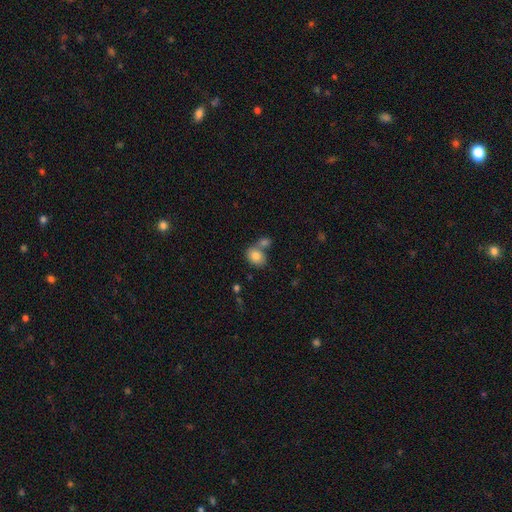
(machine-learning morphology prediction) This is clearly a smooth galaxy (81%). How rounded: possibly in between (53%). Merging: possibly none (47%).